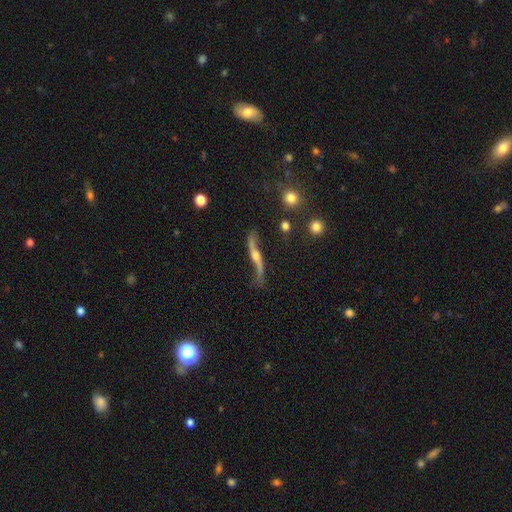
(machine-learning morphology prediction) Smooth or featured? featured or disk (84%)
Edge-on disk? no (55%)
Merging? none (60%)